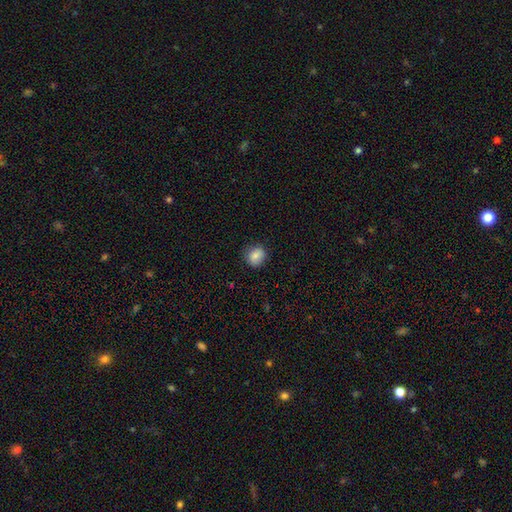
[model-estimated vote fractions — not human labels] smooth-or-featured: smooth: 84% | star or artifact: 9% | featured or disk: 7%
  how-rounded: round: 76% | in between: 23% | cigar-shaped: 1%
  merging: none: 83% | minor disturbance: 13% | major disturbance: 3% | merger: 1%